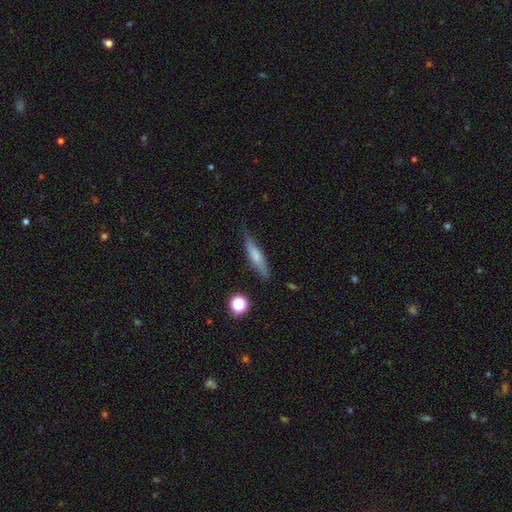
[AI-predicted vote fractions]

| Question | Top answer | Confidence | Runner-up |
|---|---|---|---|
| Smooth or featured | smooth | 61% | featured or disk (32%) |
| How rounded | cigar-shaped | 81% | in between (17%) |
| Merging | none | 77% | minor disturbance (17%) |